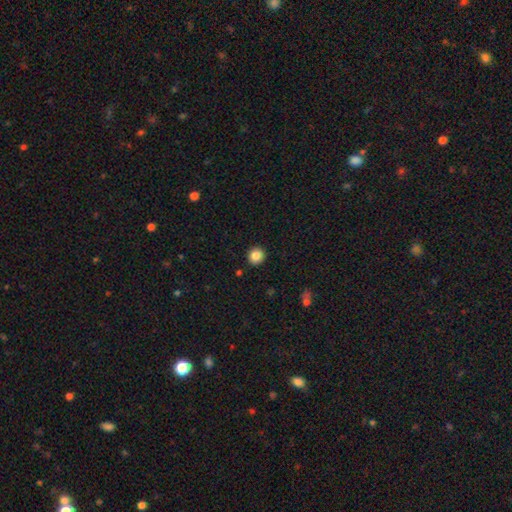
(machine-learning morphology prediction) Smooth or featured? Predicted: smooth (p=0.85). How rounded? Predicted: round (p=0.91). Merging? Predicted: none (p=0.92).